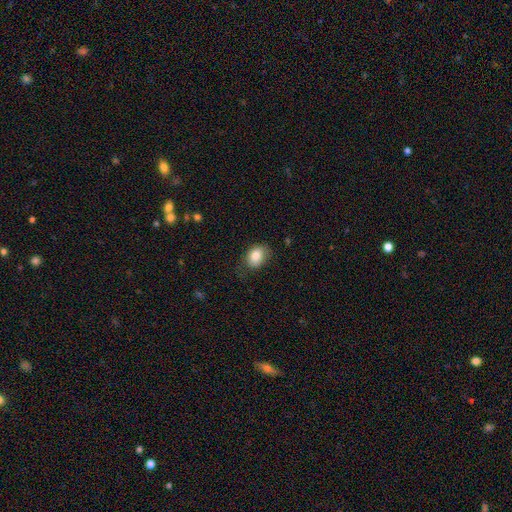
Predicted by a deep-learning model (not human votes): smooth_or_featured: smooth (p=0.83) [alt: featured or disk p=0.09]
how_rounded: in between (p=0.69) [alt: round p=0.30]
merging: none (p=0.72) [alt: minor disturbance p=0.21]